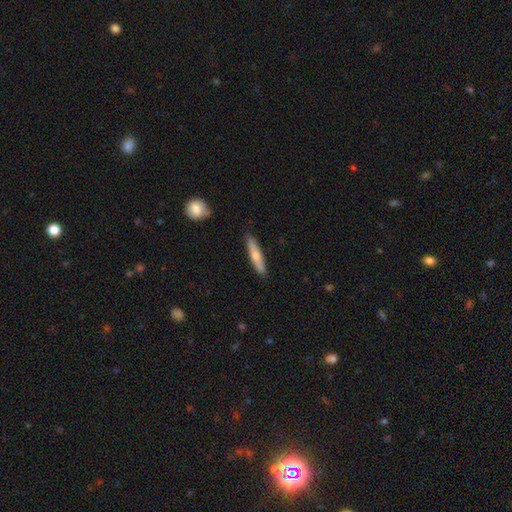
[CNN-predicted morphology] The model was most divided on "smooth or featured": smooth: 65%, featured or disk: 30%, star or artifact: 5%. More confident: merging — none (89%); how rounded — cigar-shaped (87%).